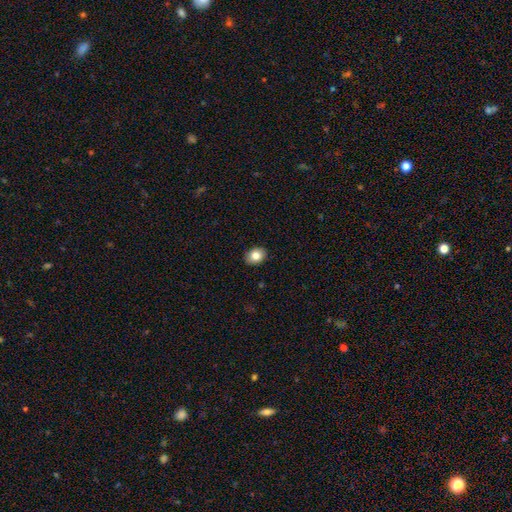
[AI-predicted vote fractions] The model was most divided on "how rounded": in between: 63%, round: 36%, cigar-shaped: 1%. More confident: merging — none (90%); smooth or featured — smooth (82%).